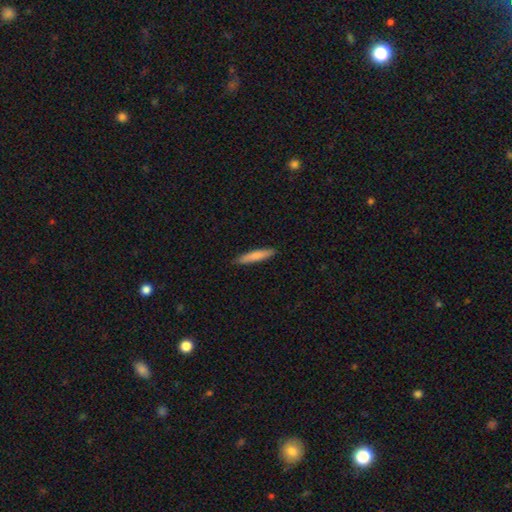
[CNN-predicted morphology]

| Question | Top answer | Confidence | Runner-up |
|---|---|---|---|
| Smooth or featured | smooth | 80% | featured or disk (15%) |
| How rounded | cigar-shaped | 90% | in between (9%) |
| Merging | none | 89% | minor disturbance (9%) |